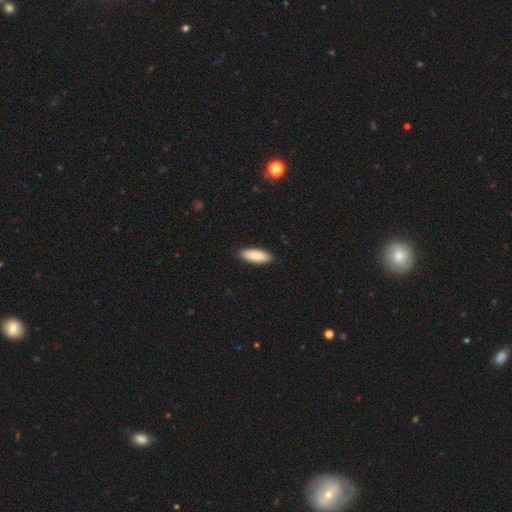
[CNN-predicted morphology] The model was most divided on "how rounded": in between: 70%, cigar-shaped: 28%, round: 2%. More confident: merging — none (90%); smooth or featured — smooth (88%).